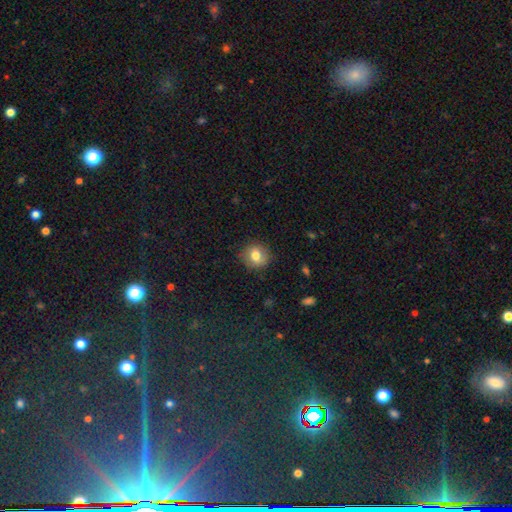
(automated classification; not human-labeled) smooth_or_featured: smooth (p=0.78) [alt: featured or disk p=0.13]
how_rounded: round (p=0.82) [alt: in between p=0.17]
merging: none (p=0.84) [alt: minor disturbance p=0.12]